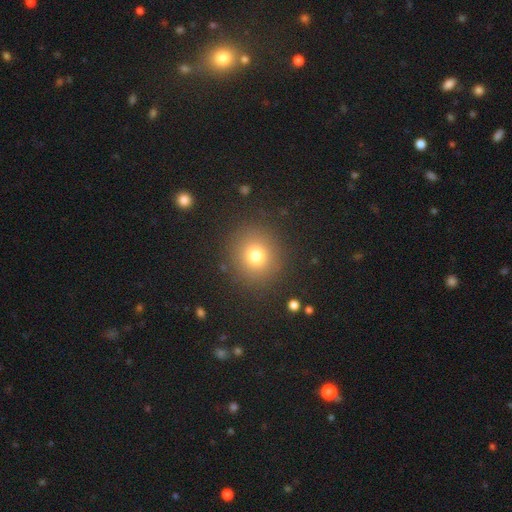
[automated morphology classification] Smooth or featured: smooth — 75% (star or artifact — 16%)
How rounded: round — 88% (in between — 11%)
Merging: none — 88% (minor disturbance — 7%)